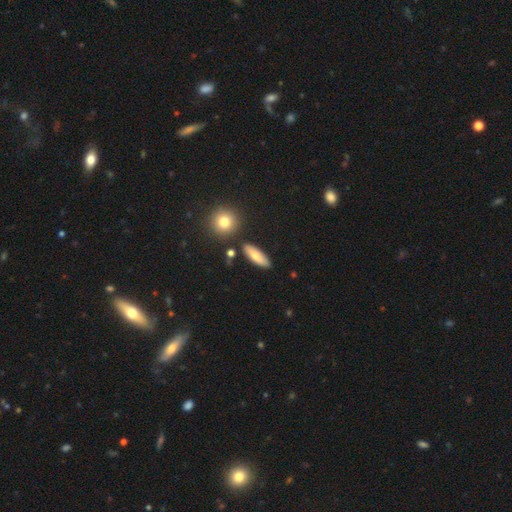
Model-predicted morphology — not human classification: This appears to be a smooth galaxy with no disk features (71%) that is in between round and cigar-shaped (55%). Merging: none (84%).